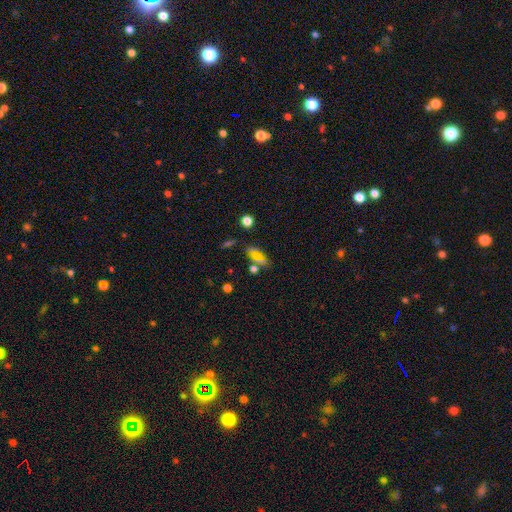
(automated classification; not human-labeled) This appears to be a smooth galaxy with no disk features (53%) that is in between round and cigar-shaped (75%). Merging: none (63%).